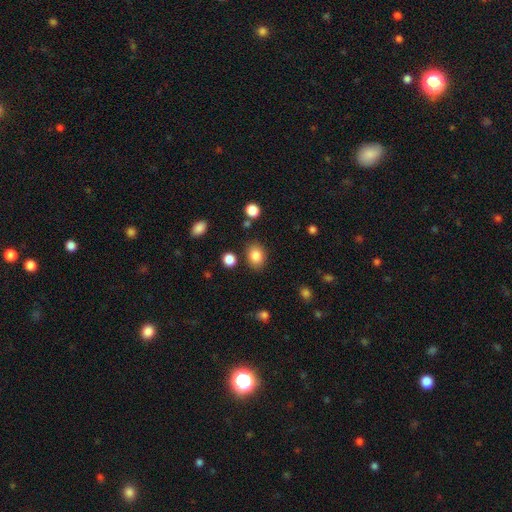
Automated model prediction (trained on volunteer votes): smooth_or_featured: smooth (p=0.85) [alt: star or artifact p=0.09]
how_rounded: in between (p=0.62) [alt: round p=0.37]
merging: none (p=0.83) [alt: minor disturbance p=0.10]